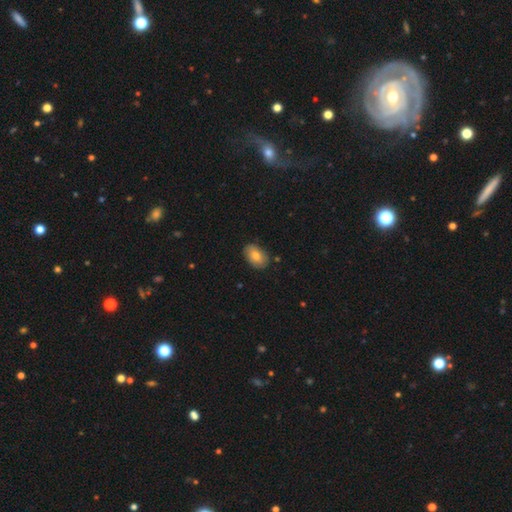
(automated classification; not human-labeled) smooth 78%, featured or disk 15%, star or artifact 7%. Down the decision tree: how rounded — in between (88%); merging — none (82%).